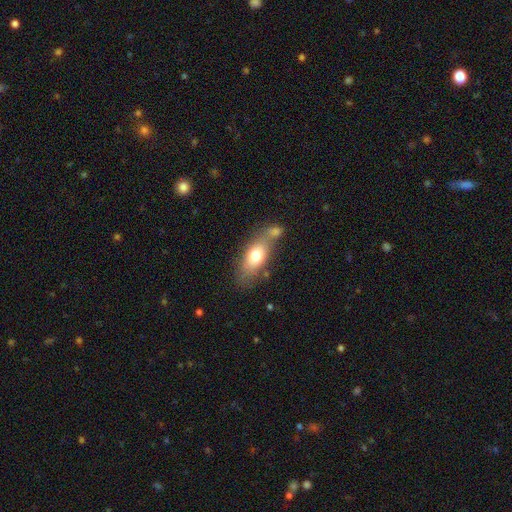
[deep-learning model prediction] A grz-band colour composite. It shows a smooth galaxy with no disk features (70%) that is in between round and cigar-shaped (81%). Merging: none (47%).